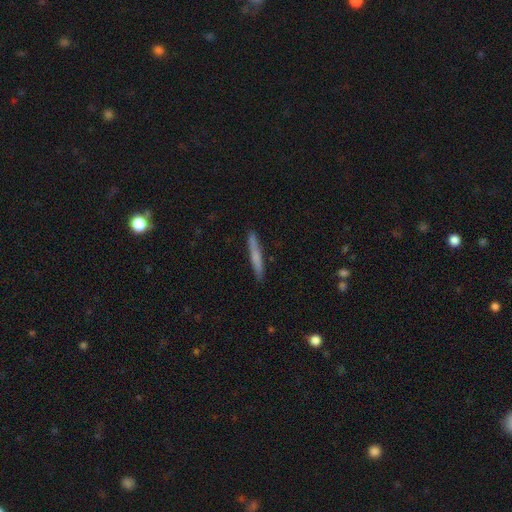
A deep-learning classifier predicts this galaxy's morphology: Q: Smooth or featured?
A: smooth (61%); runner-up: featured or disk (33%)
Q: How rounded?
A: cigar-shaped (96%); runner-up: in between (3%)
Q: Merging?
A: none (90%); runner-up: minor disturbance (8%)